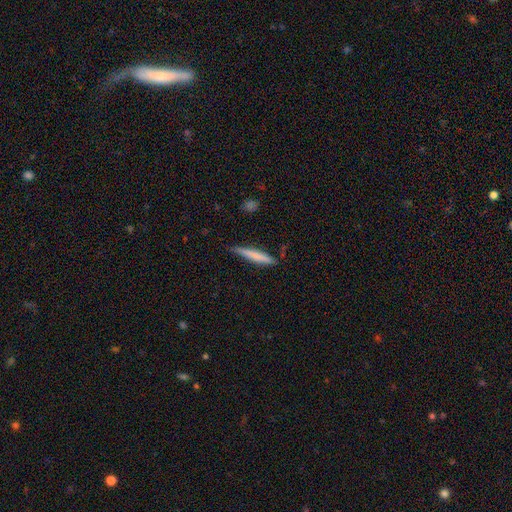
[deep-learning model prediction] smooth 68%, featured or disk 26%, star or artifact 6%. Down the decision tree: how rounded — cigar-shaped (94%); merging — none (78%).